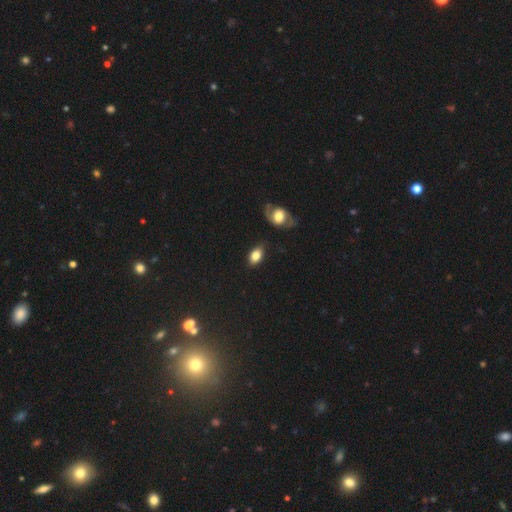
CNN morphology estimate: Q: Smooth or featured?
A: smooth (81%); runner-up: featured or disk (11%)
Q: How rounded?
A: in between (86%); runner-up: round (12%)
Q: Merging?
A: none (76%); runner-up: minor disturbance (16%)